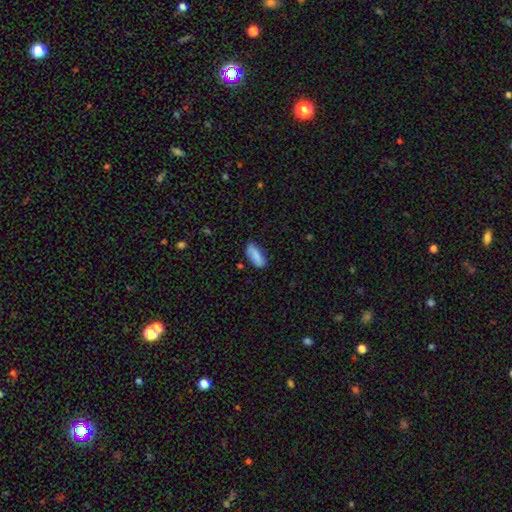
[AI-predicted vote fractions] Smooth or featured? Predicted: smooth (p=0.85). How rounded? Predicted: in between (p=0.76). Merging? Predicted: none (p=0.75).